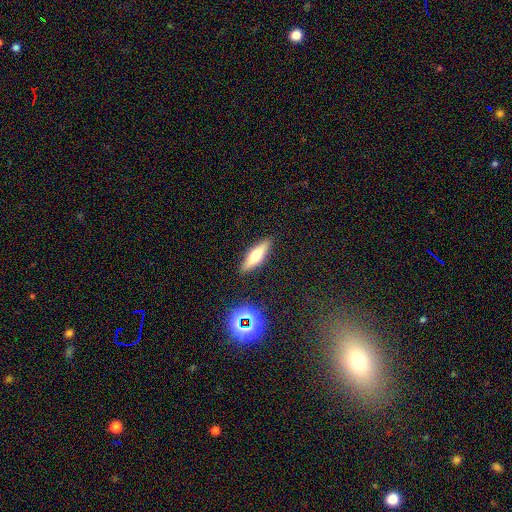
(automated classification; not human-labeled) This appears to be a smooth galaxy with no disk features (49%). Merging: none (88%).